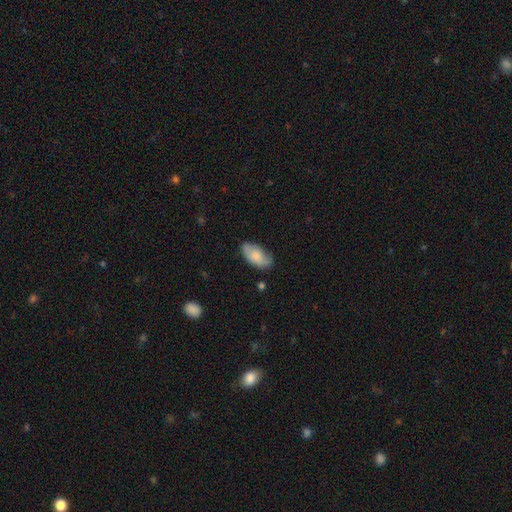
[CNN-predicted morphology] A smooth galaxy with no disk features (75%) that is in between round and cigar-shaped (94%).

Vote fractions:
- Smooth or featured? smooth: 75% / featured or disk: 19% / star or artifact: 7%
- How rounded? in between: 94% / round: 3% / cigar-shaped: 3%
- Merging? none: 68% / minor disturbance: 24% / major disturbance: 5% / merger: 2%